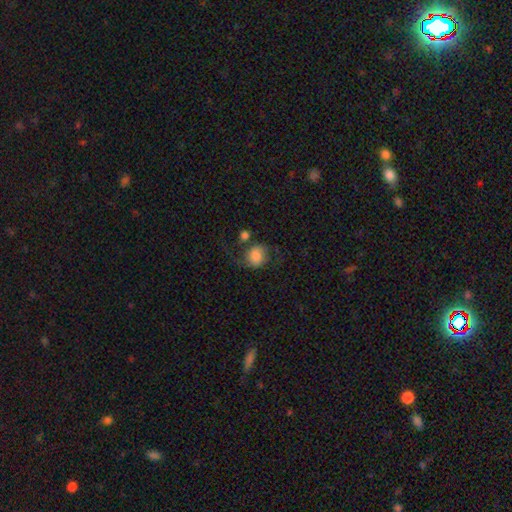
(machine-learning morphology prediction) smooth-or-featured: smooth: 66% | featured or disk: 25% | star or artifact: 9%
  how-rounded: round: 71% | in between: 28% | cigar-shaped: 1%
  merging: none: 47% | minor disturbance: 21% | major disturbance: 19% | merger: 13%